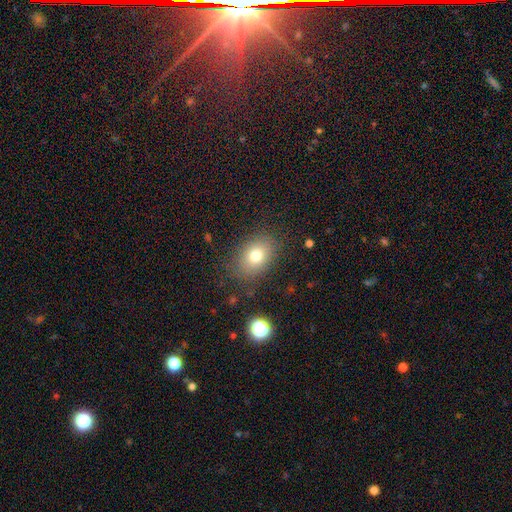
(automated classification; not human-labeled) Smooth or featured? Predicted: smooth (p=0.76). How rounded? Predicted: in between (p=0.71). Merging? Predicted: none (p=0.81).